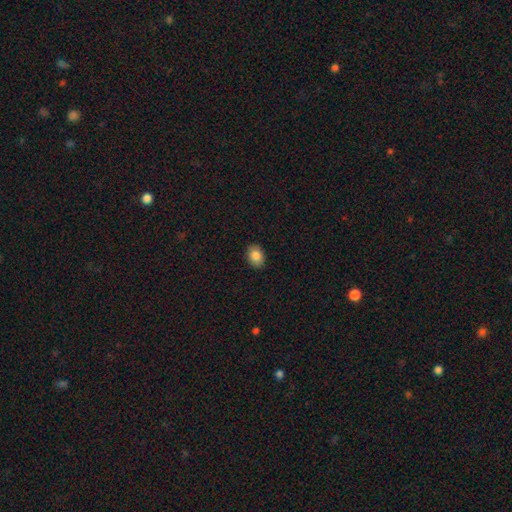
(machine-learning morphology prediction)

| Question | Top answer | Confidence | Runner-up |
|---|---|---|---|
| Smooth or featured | smooth | 85% | star or artifact (8%) |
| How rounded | in between | 70% | round (29%) |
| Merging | none | 90% | minor disturbance (8%) |